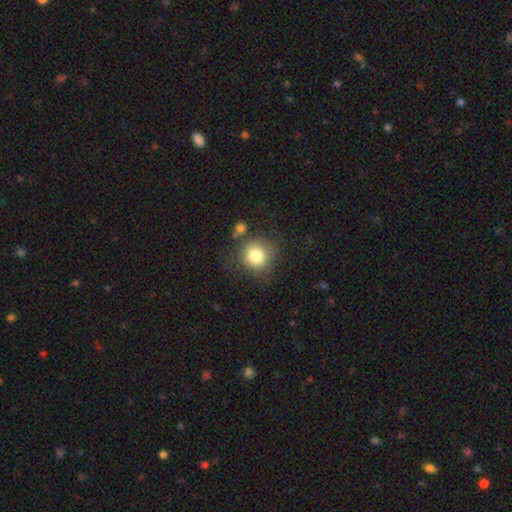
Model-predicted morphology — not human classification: smooth-or-featured: smooth: 81% | star or artifact: 10% | featured or disk: 9%
  how-rounded: round: 90% | in between: 9% | cigar-shaped: 1%
  merging: none: 73% | minor disturbance: 14% | merger: 7% | major disturbance: 6%